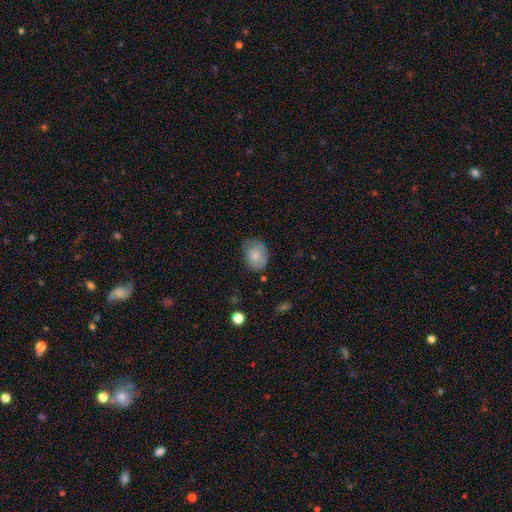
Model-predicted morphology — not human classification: smooth_or_featured: smooth (p=0.76) [alt: featured or disk p=0.17]
how_rounded: in between (p=0.59) [alt: round p=0.40]
merging: none (p=0.60) [alt: minor disturbance p=0.29]